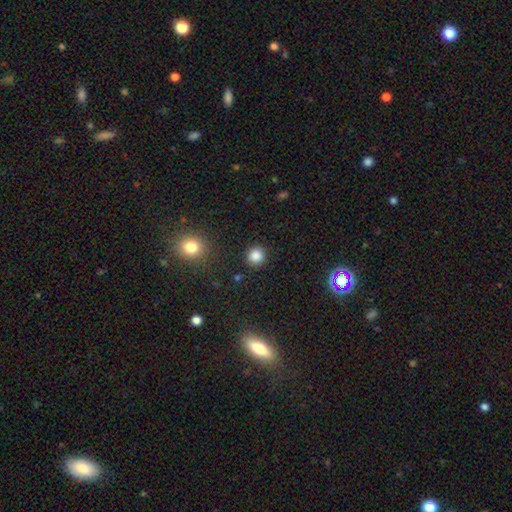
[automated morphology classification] This is clearly a smooth galaxy (85%). How rounded: clearly round (93%). Merging: clearly none (90%).